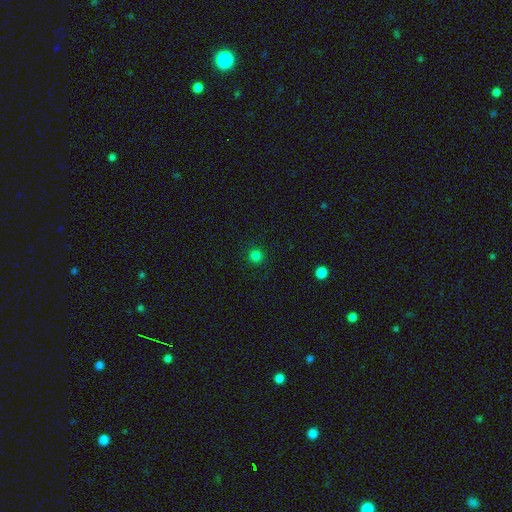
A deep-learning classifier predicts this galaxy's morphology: This is clearly a smooth galaxy (81%). How rounded: clearly round (95%). Merging: clearly none (91%).